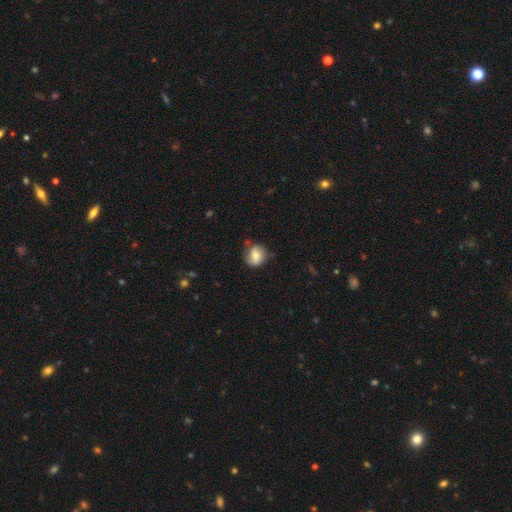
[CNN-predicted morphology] A smooth galaxy with no disk features (69%) that is round (72%). Merging: none (68%).